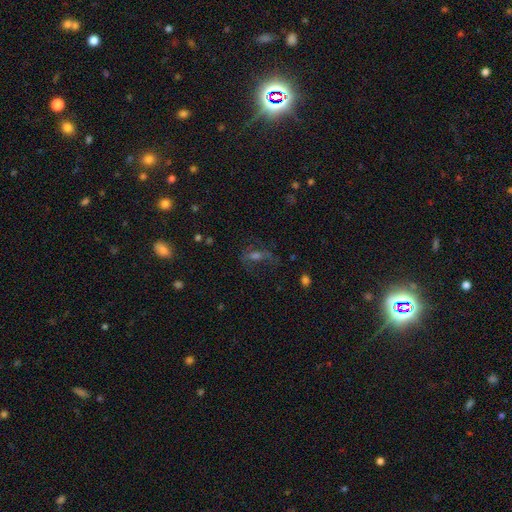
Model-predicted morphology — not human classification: A featured or disk galaxy (38%).

Vote fractions:
- Smooth or featured? featured or disk: 38% / smooth: 31% / star or artifact: 31%
- Merging? none: 52% / major disturbance: 28% / minor disturbance: 18% / merger: 3%